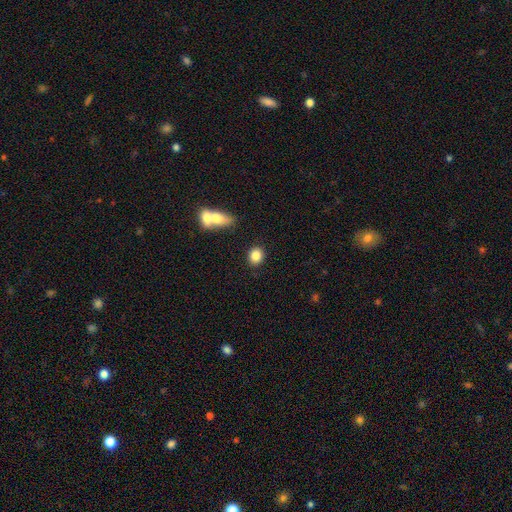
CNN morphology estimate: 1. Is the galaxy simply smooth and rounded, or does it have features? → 84% smooth, 9% star or artifact, 7% featured or disk.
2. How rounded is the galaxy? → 66% round, 33% in between, 1% cigar-shaped.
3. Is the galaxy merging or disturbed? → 84% none, 8% minor disturbance, 6% merger, 3% major disturbance.